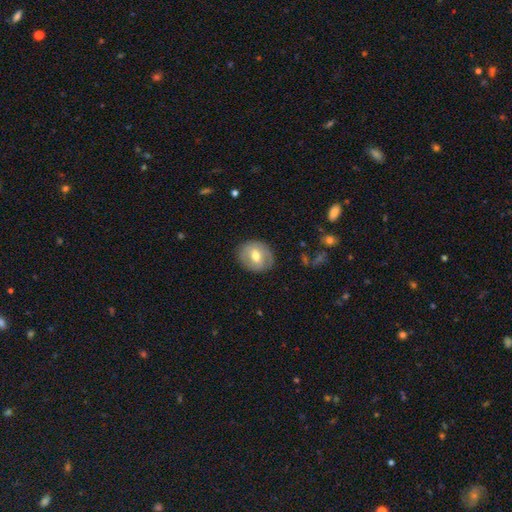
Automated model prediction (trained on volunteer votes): Q: Smooth or featured?
A: smooth (55%); runner-up: featured or disk (37%)
Q: How rounded?
A: round (73%); runner-up: in between (26%)
Q: Merging?
A: none (82%); runner-up: minor disturbance (13%)